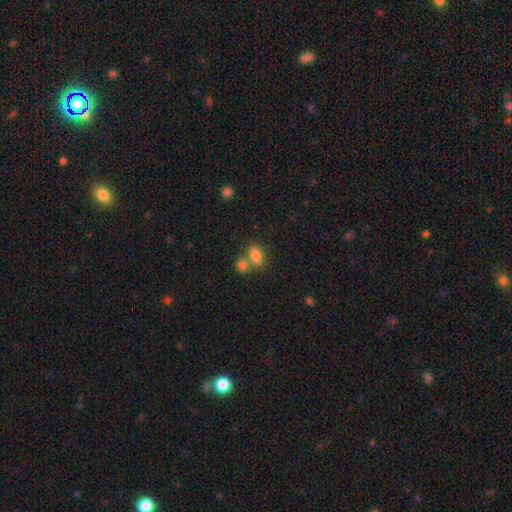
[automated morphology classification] A smooth galaxy with no disk features (81%) that is in between round and cigar-shaped (80%).

Vote fractions:
- Smooth or featured? smooth: 81% / star or artifact: 11% / featured or disk: 9%
- How rounded? in between: 80% / round: 18% / cigar-shaped: 2%
- Merging? merger: 46% / none: 40% / minor disturbance: 10% / major disturbance: 4%